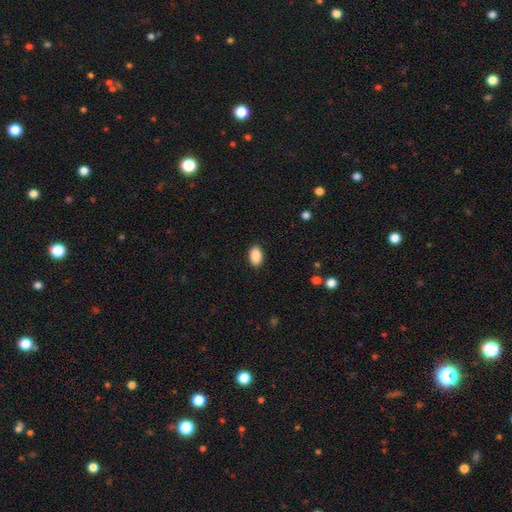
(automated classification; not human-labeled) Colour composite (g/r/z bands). It shows a smooth galaxy with no disk features (90%) that is in between round and cigar-shaped (89%). Merging: none (89%).